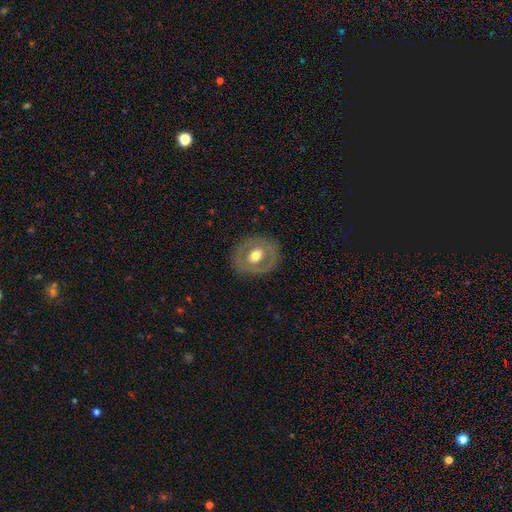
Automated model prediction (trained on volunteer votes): Overall: featured or disk (52%; smooth 42%). Edge-on disk: no (94%). Merging: none (82%).